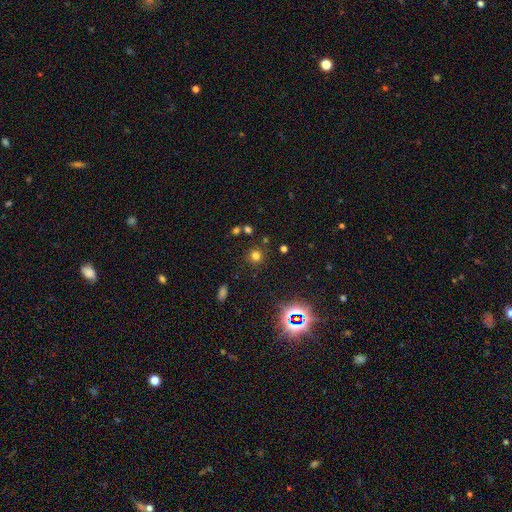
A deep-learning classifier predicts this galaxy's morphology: Smooth or featured?
  - smooth: 69% *
  - star or artifact: 24%
  - featured or disk: 7%
How rounded?
  - round: 92% *
  - in between: 7%
  - cigar-shaped: 1%
Merging?
  - none: 85% *
  - minor disturbance: 7%
  - merger: 4%
  - major disturbance: 3%